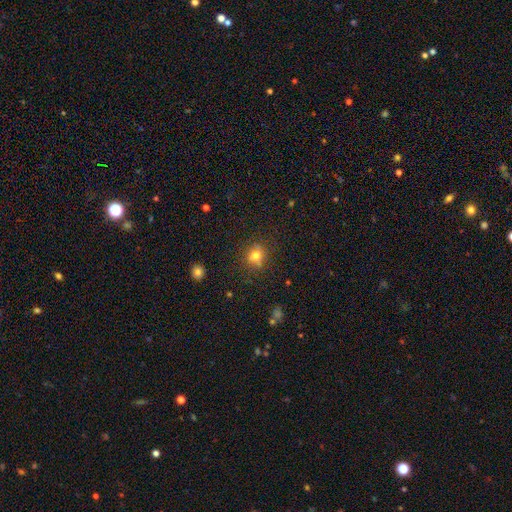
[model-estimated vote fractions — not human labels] This is likely a smooth galaxy (73%). How rounded: likely round (77%). Merging: likely none (73%).